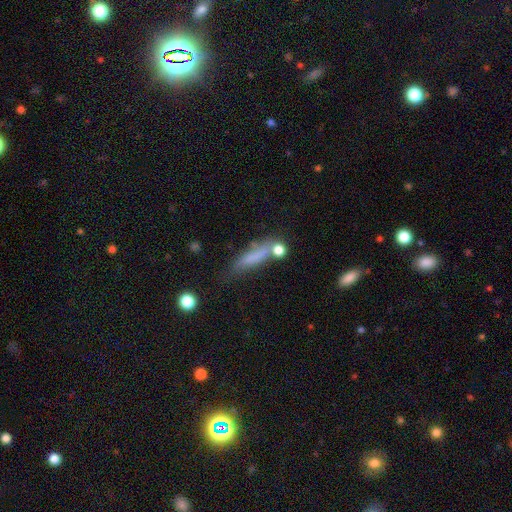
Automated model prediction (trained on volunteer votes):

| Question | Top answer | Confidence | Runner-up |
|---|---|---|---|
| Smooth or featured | smooth | 68% | featured or disk (21%) |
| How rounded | cigar-shaped | 66% | in between (30%) |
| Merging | none | 49% | minor disturbance (25%) |